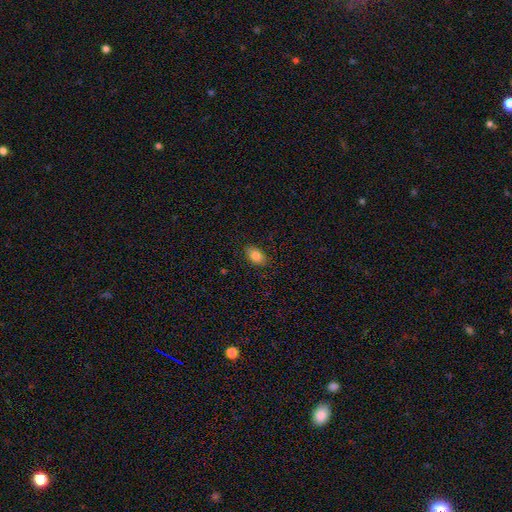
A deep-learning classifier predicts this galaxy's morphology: A smooth galaxy with no disk features (85%) that is in between round and cigar-shaped (90%).

Vote fractions:
- Smooth or featured? smooth: 85% / star or artifact: 8% / featured or disk: 7%
- How rounded? in between: 90% / round: 8% / cigar-shaped: 2%
- Merging? none: 87% / minor disturbance: 9% / major disturbance: 2% / merger: 1%